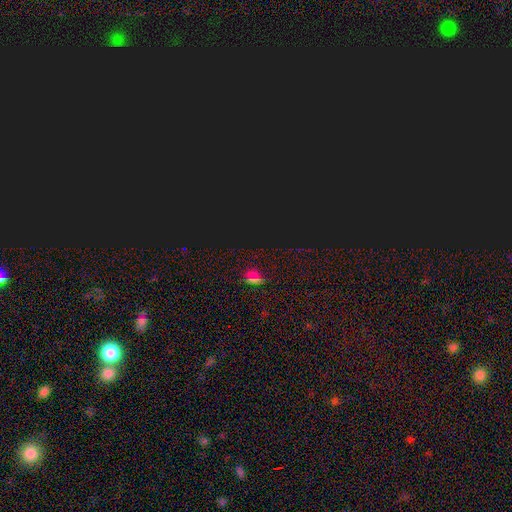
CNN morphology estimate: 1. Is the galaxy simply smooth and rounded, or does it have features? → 73% star or artifact, 19% smooth, 8% featured or disk.